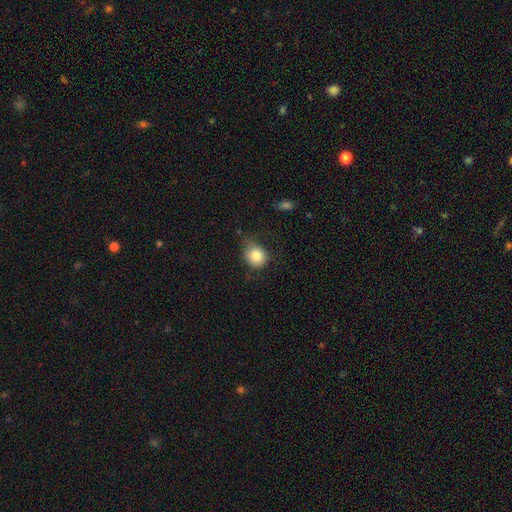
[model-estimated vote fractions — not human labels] This appears to be a smooth galaxy with no disk features (82%) that is round (70%). Merging: none (63%).